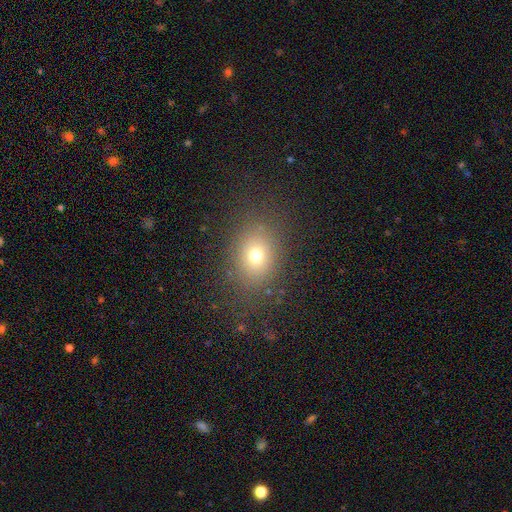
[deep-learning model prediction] smooth 69%, star or artifact 20%, featured or disk 11%. Down the decision tree: how rounded — in between (52%); merging — none (85%).